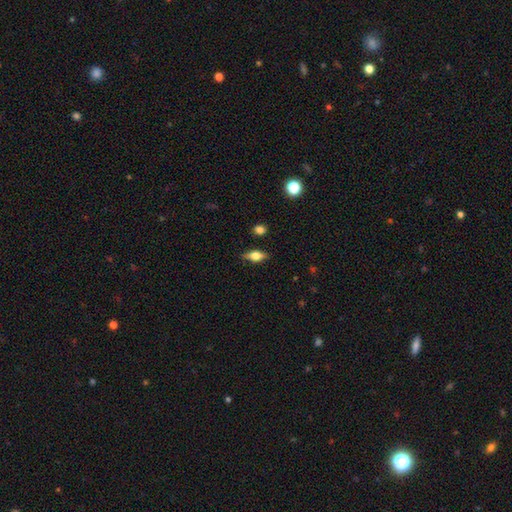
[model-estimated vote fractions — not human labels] Smooth or featured? Predicted: smooth (p=0.46). Merging? Predicted: none (p=0.84).